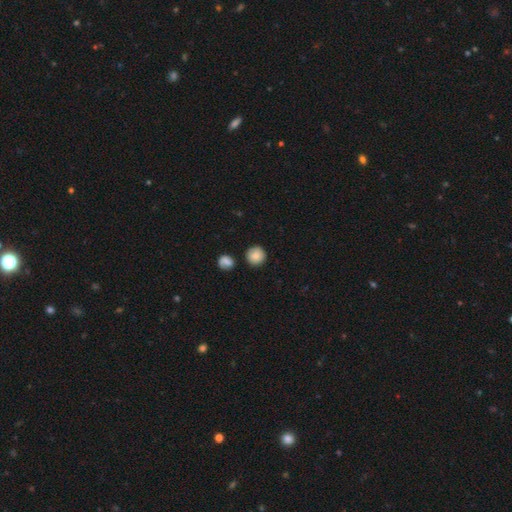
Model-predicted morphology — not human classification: The model was most divided on "smooth or featured": smooth: 83%, star or artifact: 8%, featured or disk: 8%. More confident: how rounded — round (94%); merging — none (86%).